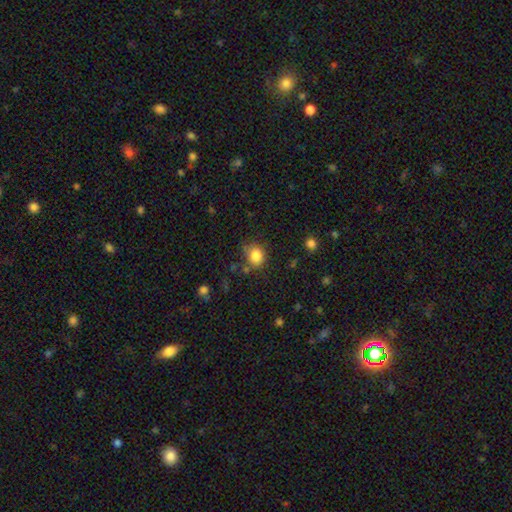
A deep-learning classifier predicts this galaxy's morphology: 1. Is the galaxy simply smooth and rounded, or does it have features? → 84% smooth, 11% star or artifact, 6% featured or disk.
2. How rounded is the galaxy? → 71% round, 28% in between, 1% cigar-shaped.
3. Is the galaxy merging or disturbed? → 69% none, 20% minor disturbance, 6% major disturbance, 5% merger.